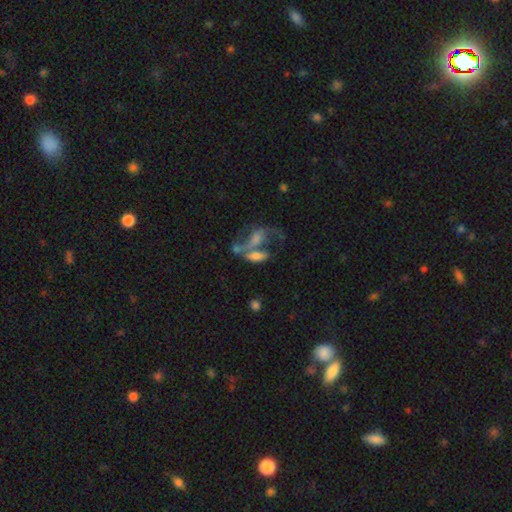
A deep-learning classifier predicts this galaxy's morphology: Q: Smooth or featured?
A: featured or disk (45%); runner-up: smooth (43%)
Q: Merging?
A: merger (54%); runner-up: none (20%)